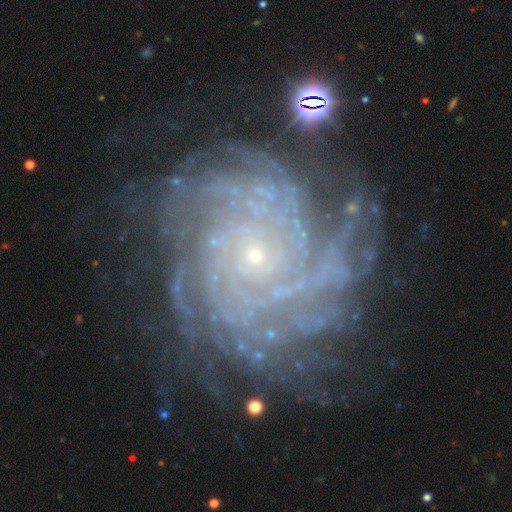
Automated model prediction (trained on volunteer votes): smooth-or-featured: featured or disk: 88% | star or artifact: 7% | smooth: 4%
  disk-edge-on: no: 98% | yes: 2%
    bar: no: 76% | weak: 17% | strong: 7%
    has-spiral-arms: yes: 98% | no: 2%
      spiral-winding: tight: 79% | medium: 17% | loose: 4%
      spiral-arm-count: more than 4: 38% | can't tell: 18% | 4: 17% | 3: 10% | 2: 9% | 1: 9%
    bulge-size: small: 89% | moderate: 6% | none: 2% | large: 1% | dominant: 1%
  merging: none: 76% | minor disturbance: 14% | major disturbance: 7% | merger: 2%